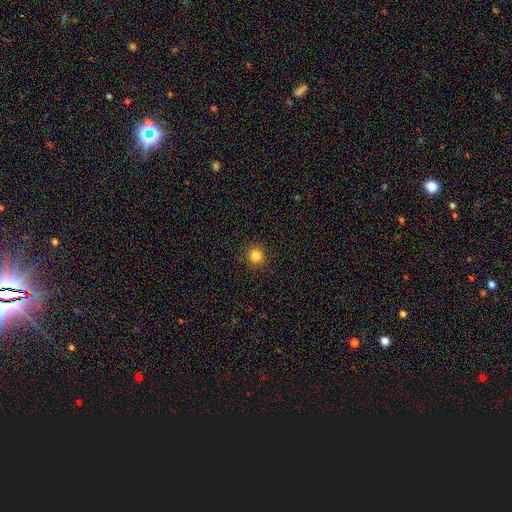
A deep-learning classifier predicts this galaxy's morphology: This appears to be a smooth galaxy with no disk features (83%) that is round (94%). Merging: none (93%).